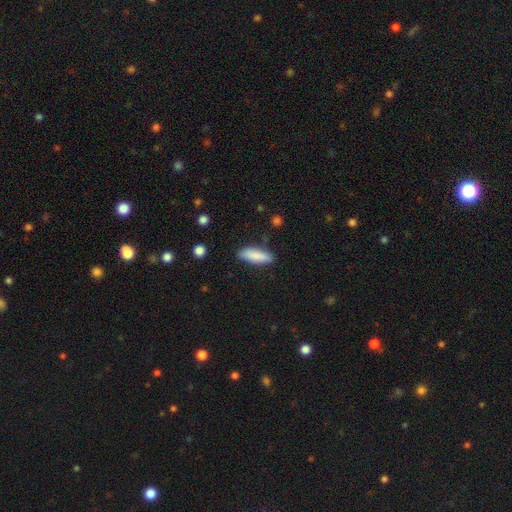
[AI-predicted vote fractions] This appears to be a smooth galaxy with no disk features (86%) that is in between round and cigar-shaped (49%, tied with cigar-shaped). Merging: none (85%).